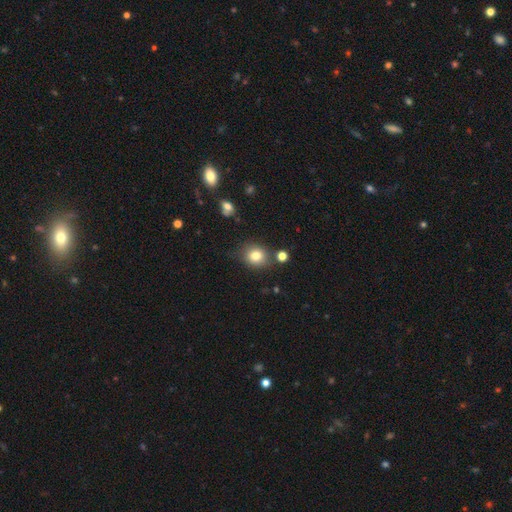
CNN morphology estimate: Smooth or featured? smooth (80%)
How rounded? round (72%)
Merging? none (77%)